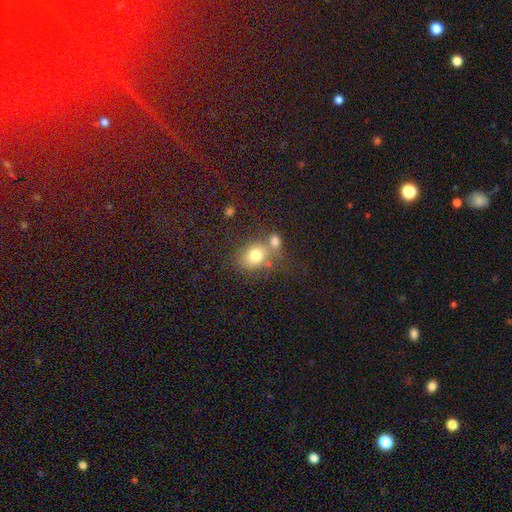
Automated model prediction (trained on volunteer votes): Smooth or featured?
  - smooth: 77% *
  - featured or disk: 12%
  - star or artifact: 11%
How rounded?
  - in between: 53% *
  - round: 46%
  - cigar-shaped: 1%
Merging?
  - none: 48% *
  - merger: 34%
  - minor disturbance: 13%
  - major disturbance: 6%